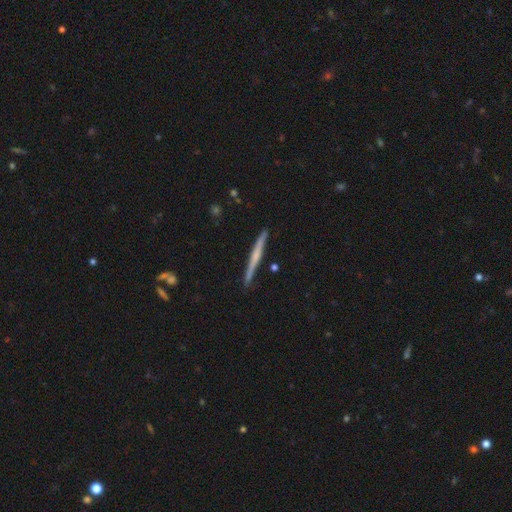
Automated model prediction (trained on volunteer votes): Smooth or featured? featured or disk (60%)
Edge-on disk? yes (98%)
Edge-on bulge? none (54%)
Merging? none (89%)